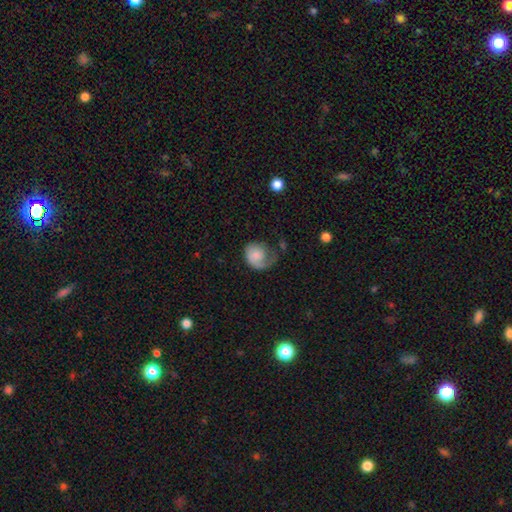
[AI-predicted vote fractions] A smooth galaxy with no disk features (50%).

Vote fractions:
- Smooth or featured? smooth: 50% / featured or disk: 44% / star or artifact: 7%
- Merging? major disturbance: 37% / none: 35% / minor disturbance: 25% / merger: 3%